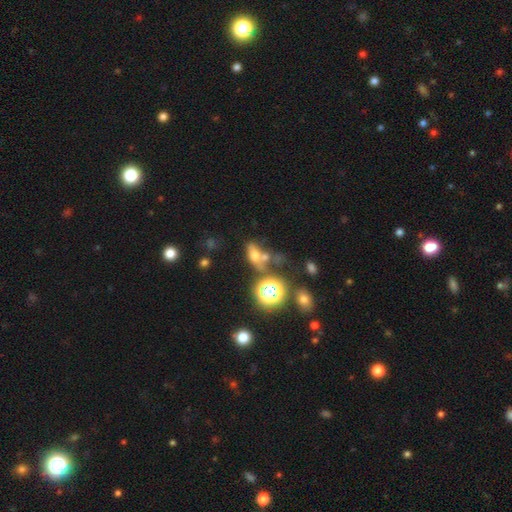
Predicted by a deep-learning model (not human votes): Overall: smooth (54%; star or artifact 28%). How rounded: in between (68%). Merging: none (45%; merger 30%).